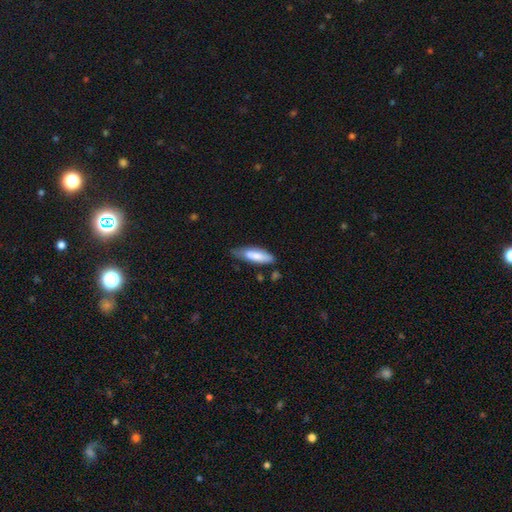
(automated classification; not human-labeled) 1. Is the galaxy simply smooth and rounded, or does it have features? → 77% smooth, 17% featured or disk, 6% star or artifact.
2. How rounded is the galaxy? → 52% cigar-shaped, 46% in between, 1% round.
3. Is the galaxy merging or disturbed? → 57% none, 32% minor disturbance, 7% major disturbance, 5% merger.